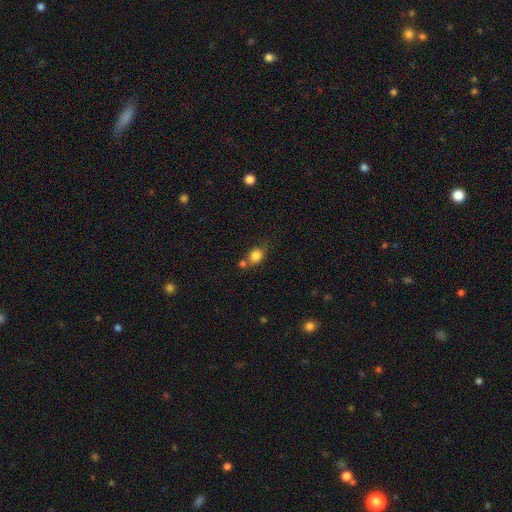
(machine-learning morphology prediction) The model was most divided on "how rounded": round: 54%, in between: 44%, cigar-shaped: 2%. More confident: smooth or featured — smooth (82%); merging — none (53%).